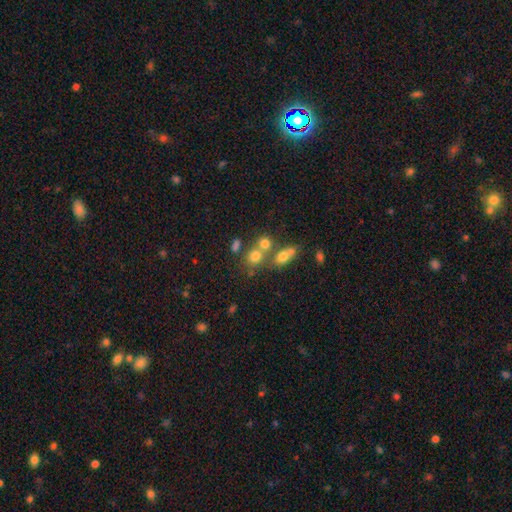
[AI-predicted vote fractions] This appears to be a smooth galaxy with no disk features (71%) that is round (71%). Merging: none (48%).